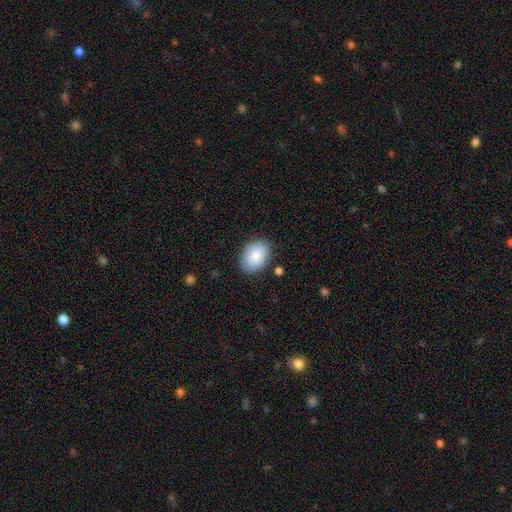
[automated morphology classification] Smooth or featured: smooth — 86% (featured or disk — 8%)
How rounded: in between — 81% (round — 18%)
Merging: none — 84% (minor disturbance — 12%)